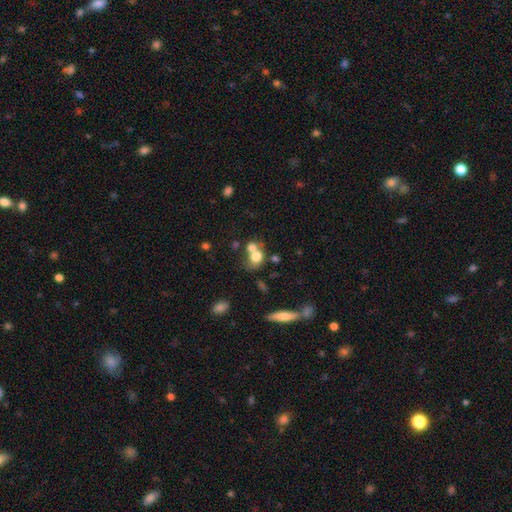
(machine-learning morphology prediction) smooth 72%, featured or disk 17%, star or artifact 11%. Down the decision tree: how rounded — round (56%); merging — merger (56%).